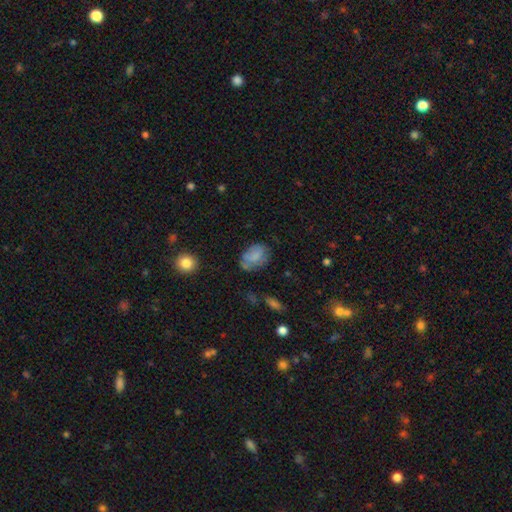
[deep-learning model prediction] This is likely a smooth galaxy (70%). How rounded: clearly in between (82%). Merging: possibly none (50%).